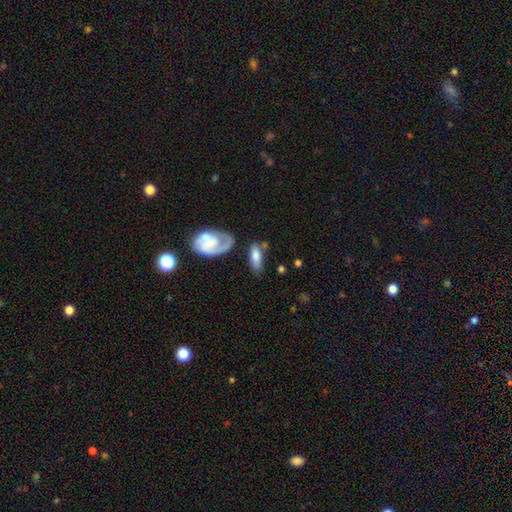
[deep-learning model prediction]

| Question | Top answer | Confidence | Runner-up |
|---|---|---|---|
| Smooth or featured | smooth | 69% | featured or disk (24%) |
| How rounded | in between | 74% | cigar-shaped (23%) |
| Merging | none | 52% | minor disturbance (23%) |